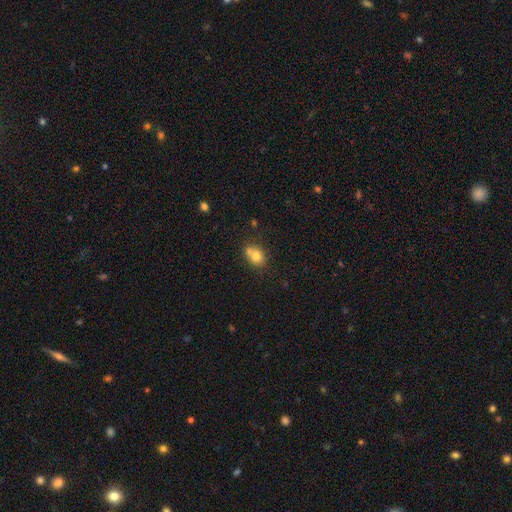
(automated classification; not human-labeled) Smooth or featured? Predicted: smooth (p=0.75). How rounded? Predicted: in between (p=0.58). Merging? Predicted: none (p=0.53).